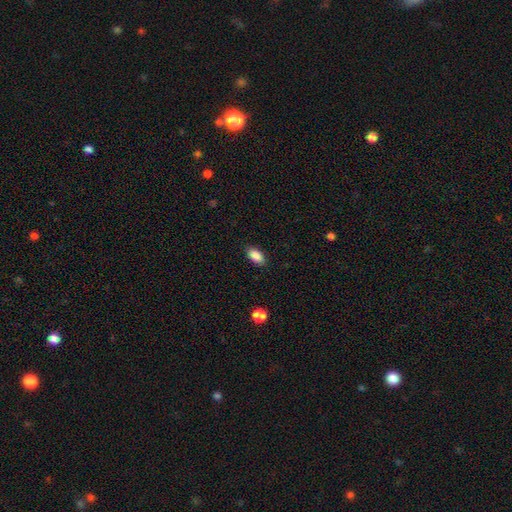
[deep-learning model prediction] Smooth or featured?
  - smooth: 88% *
  - star or artifact: 7%
  - featured or disk: 5%
How rounded?
  - in between: 91% *
  - cigar-shaped: 5%
  - round: 4%
Merging?
  - none: 86% *
  - minor disturbance: 10%
  - major disturbance: 2%
  - merger: 1%